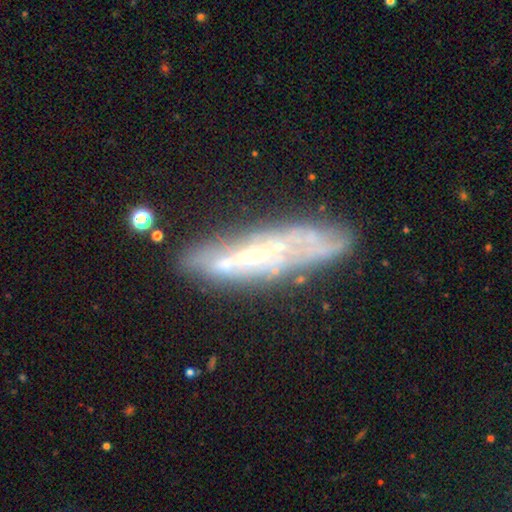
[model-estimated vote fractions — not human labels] Q: Smooth or featured?
A: featured or disk (67%); runner-up: smooth (23%)
Q: Edge-on disk?
A: yes (50%); tied with: no (50%)
Q: Merging?
A: none (61%); runner-up: minor disturbance (21%)